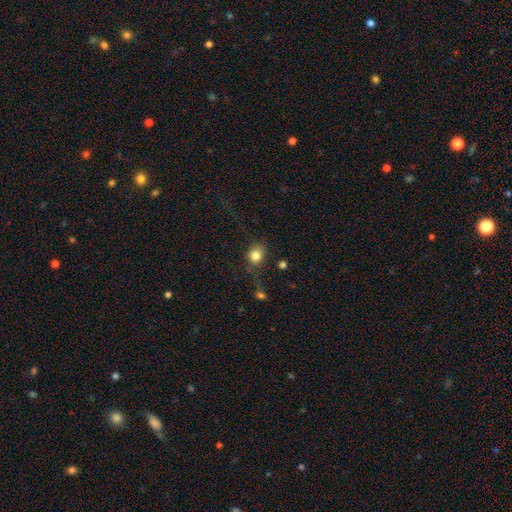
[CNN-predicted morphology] Smooth or featured? Predicted: smooth (p=0.82). How rounded? Predicted: round (p=0.68). Merging? Predicted: none (p=0.61).